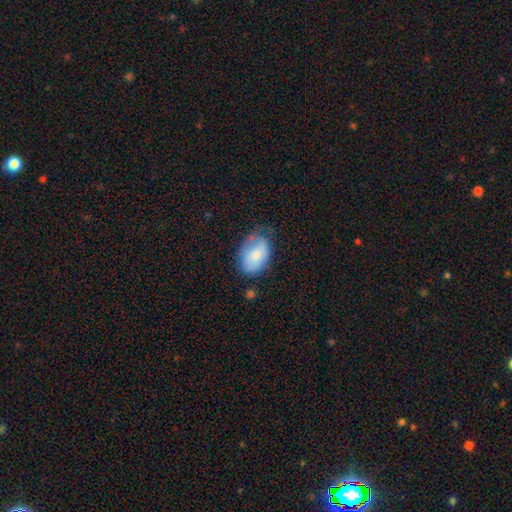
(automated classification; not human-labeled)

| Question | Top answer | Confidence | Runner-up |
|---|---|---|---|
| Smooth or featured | smooth | 72% | featured or disk (21%) |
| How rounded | in between | 86% | round (13%) |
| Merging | none | 55% | minor disturbance (32%) |